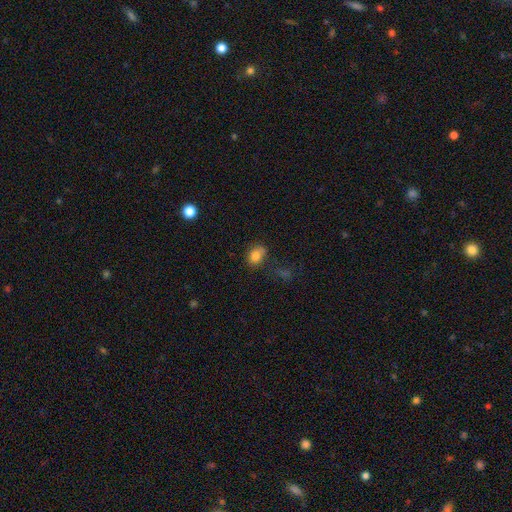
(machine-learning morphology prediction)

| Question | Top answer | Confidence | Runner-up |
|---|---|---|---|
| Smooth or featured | smooth | 80% | star or artifact (11%) |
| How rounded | in between | 53% | round (45%) |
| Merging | none | 62% | minor disturbance (23%) |